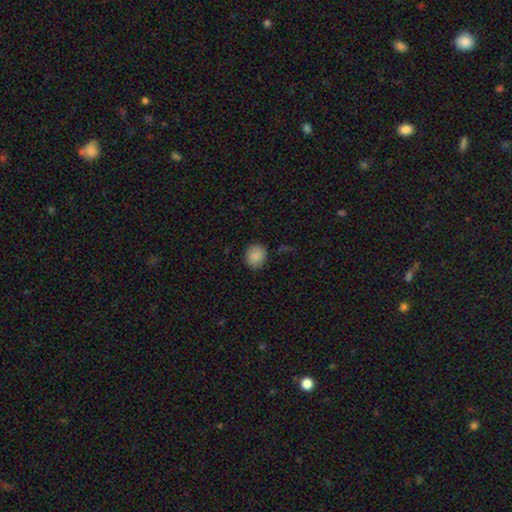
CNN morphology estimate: Smooth or featured? smooth (87%)
How rounded? round (79%)
Merging? none (84%)